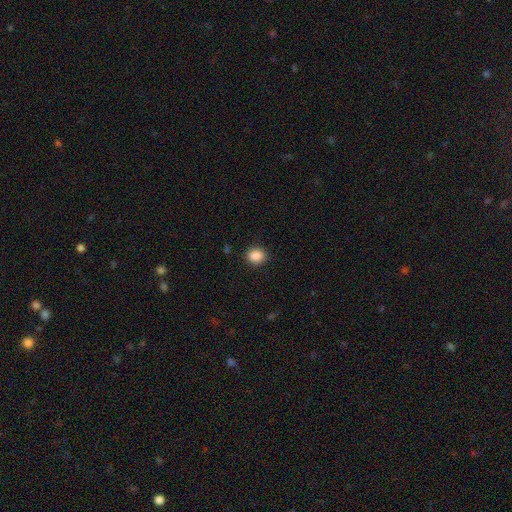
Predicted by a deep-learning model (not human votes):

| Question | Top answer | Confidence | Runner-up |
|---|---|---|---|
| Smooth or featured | smooth | 88% | star or artifact (9%) |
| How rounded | round | 65% | in between (34%) |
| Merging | none | 89% | minor disturbance (8%) |